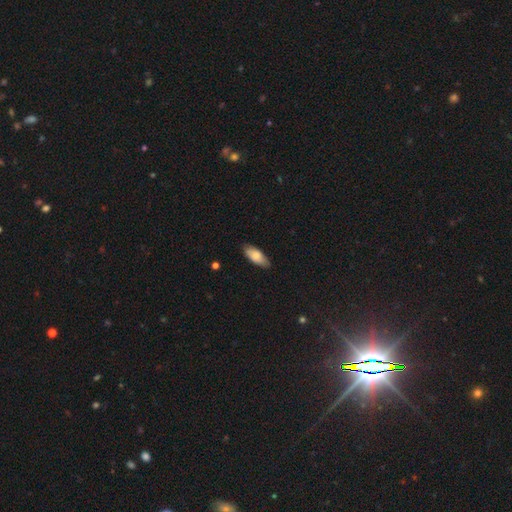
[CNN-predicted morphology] smooth 80%, featured or disk 14%, star or artifact 6%. Down the decision tree: how rounded — in between (81%); merging — none (84%).